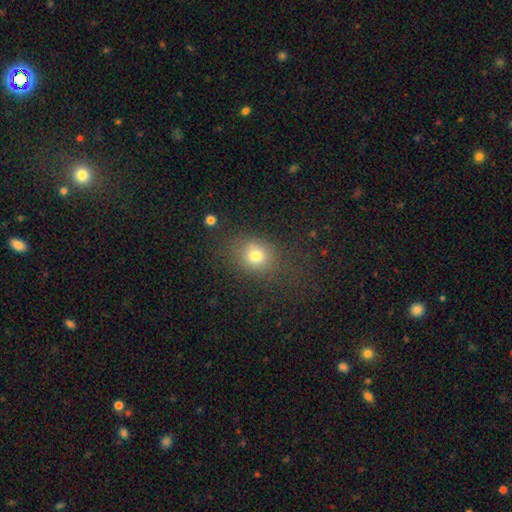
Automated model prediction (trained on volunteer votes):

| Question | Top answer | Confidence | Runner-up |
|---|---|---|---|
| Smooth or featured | smooth | 76% | star or artifact (14%) |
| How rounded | round | 59% | in between (40%) |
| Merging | none | 71% | minor disturbance (16%) |